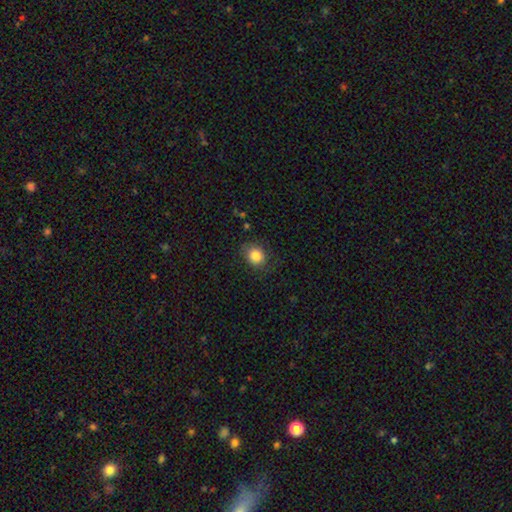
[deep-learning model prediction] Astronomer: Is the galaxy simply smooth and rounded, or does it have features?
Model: smooth — 84%.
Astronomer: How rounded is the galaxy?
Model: round — 64%.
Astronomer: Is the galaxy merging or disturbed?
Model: none — 79%.